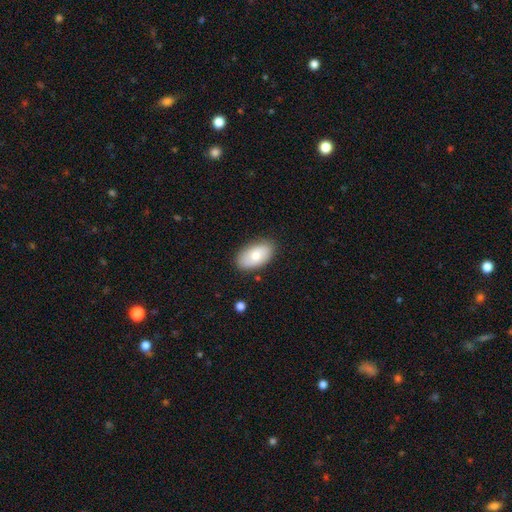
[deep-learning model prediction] A smooth galaxy with no disk features (73%) that is in between round and cigar-shaped (94%). Merging: none (83%).